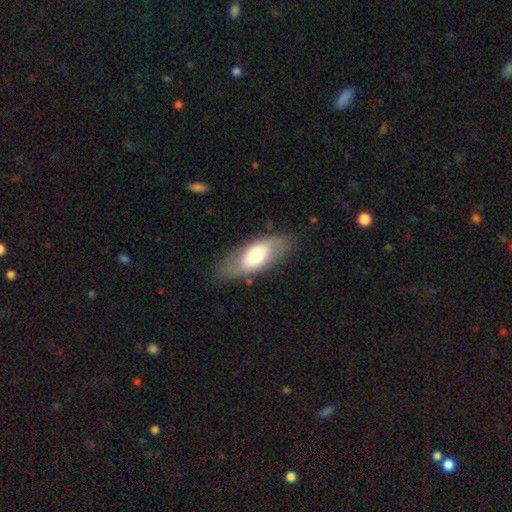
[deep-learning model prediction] Q: Smooth or featured?
A: smooth (58%); runner-up: featured or disk (36%)
Q: How rounded?
A: in between (86%); runner-up: cigar-shaped (11%)
Q: Merging?
A: none (76%); runner-up: minor disturbance (16%)